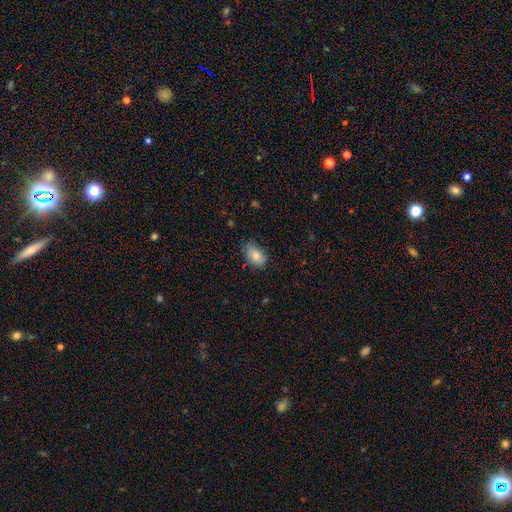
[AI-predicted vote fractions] Q: Smooth or featured?
A: smooth (84%); runner-up: featured or disk (8%)
Q: How rounded?
A: in between (87%); runner-up: round (12%)
Q: Merging?
A: none (74%); runner-up: minor disturbance (21%)